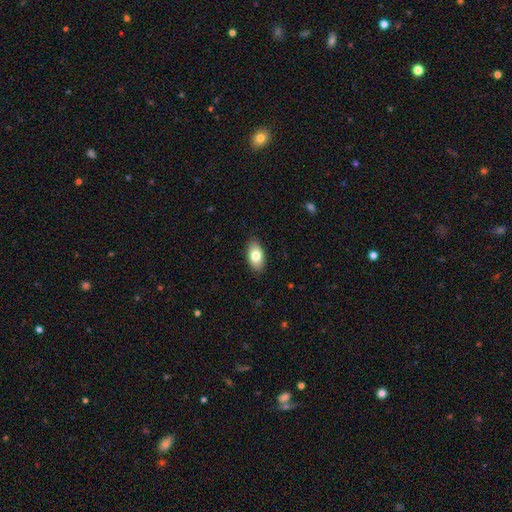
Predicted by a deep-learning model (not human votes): Smooth or featured?
  - smooth: 79% *
  - featured or disk: 14%
  - star or artifact: 7%
How rounded?
  - in between: 93% *
  - round: 4%
  - cigar-shaped: 3%
Merging?
  - none: 87% *
  - minor disturbance: 10%
  - major disturbance: 2%
  - merger: 1%